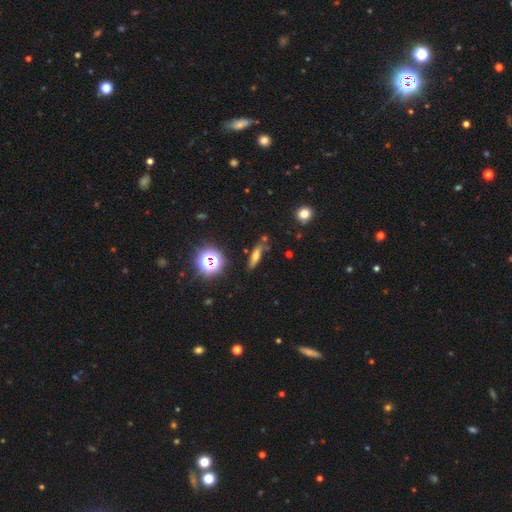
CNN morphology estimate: This is possibly a smooth galaxy (55%). How rounded: likely cigar-shaped (61%). Merging: likely none (74%).